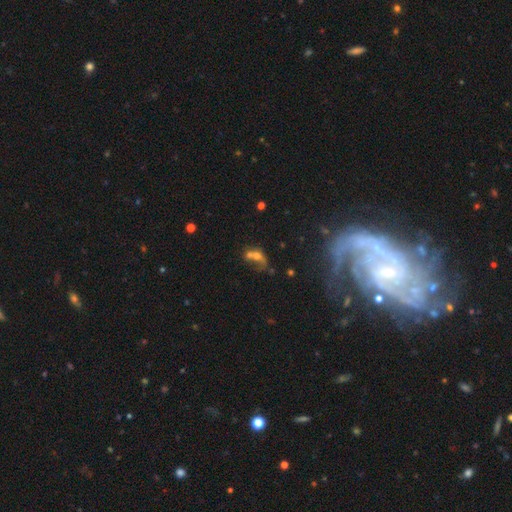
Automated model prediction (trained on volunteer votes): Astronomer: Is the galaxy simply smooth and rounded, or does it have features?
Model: smooth — 54%.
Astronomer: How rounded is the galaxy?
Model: in between — 64%.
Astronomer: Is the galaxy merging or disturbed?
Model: merger — 52%.